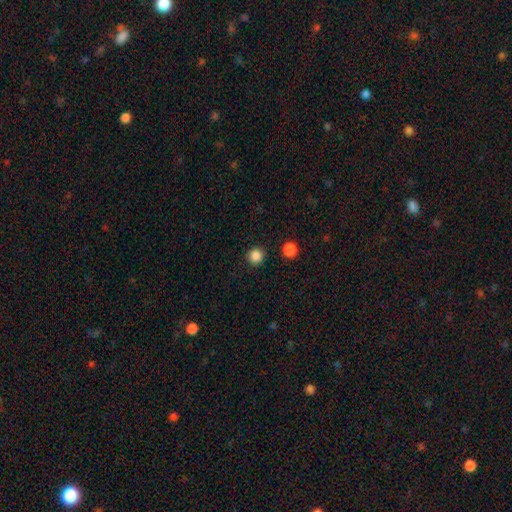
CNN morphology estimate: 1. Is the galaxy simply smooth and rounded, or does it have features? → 86% smooth, 11% star or artifact, 3% featured or disk.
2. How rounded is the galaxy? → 94% round, 5% in between, 1% cigar-shaped.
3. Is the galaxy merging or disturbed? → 92% none, 4% minor disturbance, 2% merger, 2% major disturbance.